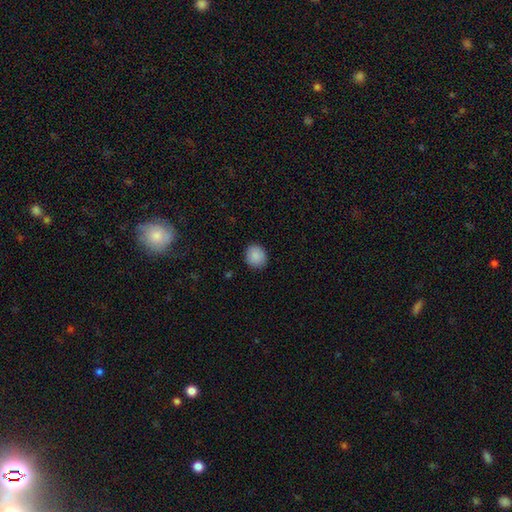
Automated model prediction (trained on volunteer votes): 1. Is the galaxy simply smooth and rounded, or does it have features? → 89% smooth, 8% star or artifact, 3% featured or disk.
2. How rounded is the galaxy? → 84% round, 15% in between, 1% cigar-shaped.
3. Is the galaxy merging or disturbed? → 89% none, 8% minor disturbance, 2% major disturbance, 1% merger.